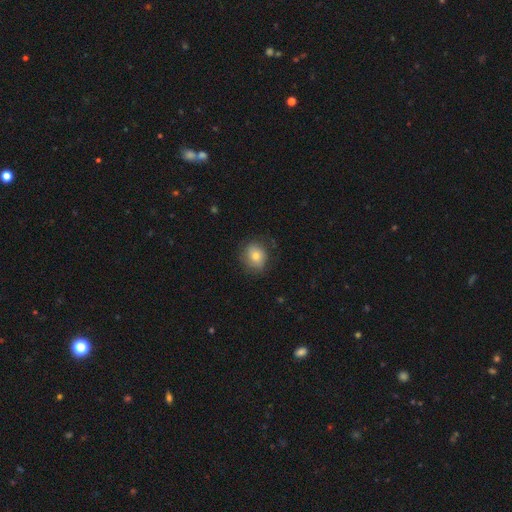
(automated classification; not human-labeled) The model was most divided on "how rounded": round: 70%, in between: 29%, cigar-shaped: 1%. More confident: smooth or featured — smooth (76%); merging — none (76%).